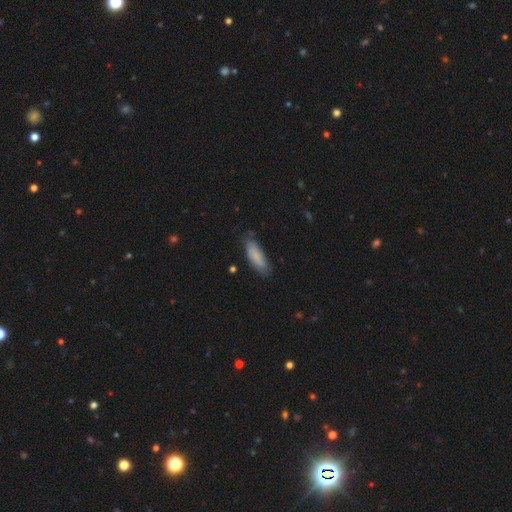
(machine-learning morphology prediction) Overall: smooth (81%). How rounded: in between (54%; cigar-shaped 45%). Merging: none (74%).